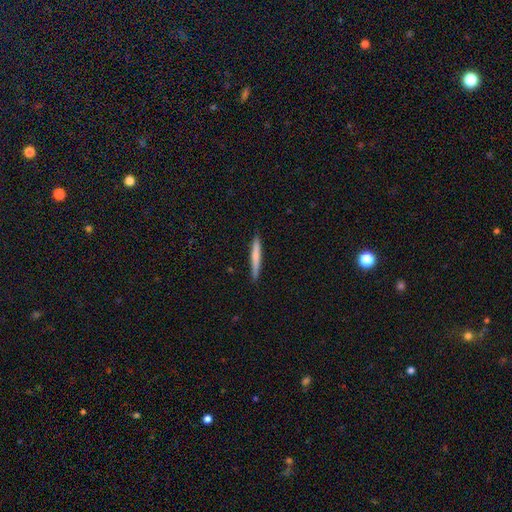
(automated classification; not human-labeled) This is likely a smooth galaxy (68%). How rounded: clearly cigar-shaped (96%). Merging: clearly none (90%).